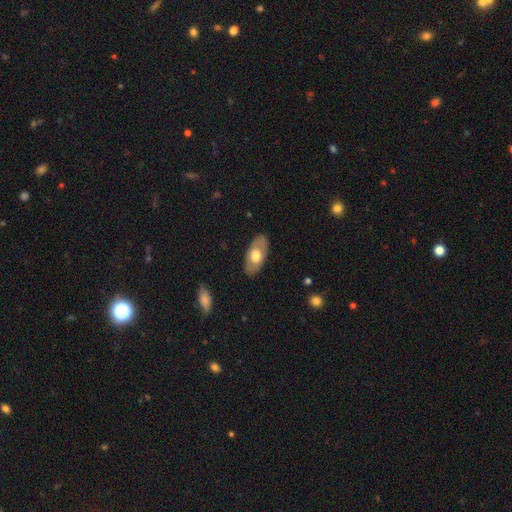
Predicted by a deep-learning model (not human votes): Q: Smooth or featured?
A: smooth (59%); runner-up: featured or disk (36%)
Q: How rounded?
A: in between (92%); runner-up: cigar-shaped (4%)
Q: Merging?
A: none (85%); runner-up: minor disturbance (11%)